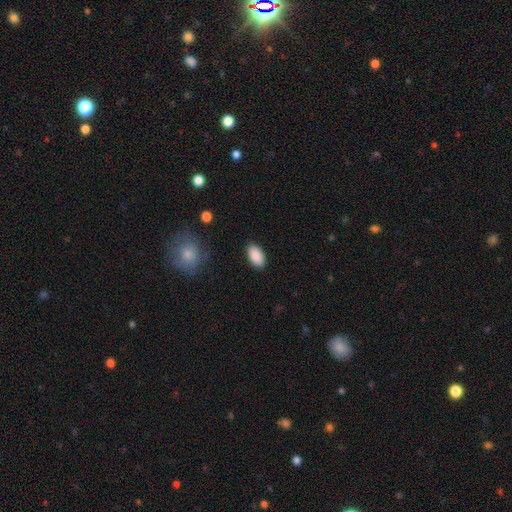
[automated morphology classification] smooth 90%, star or artifact 7%, featured or disk 3%. Down the decision tree: how rounded — in between (94%); merging — none (88%).